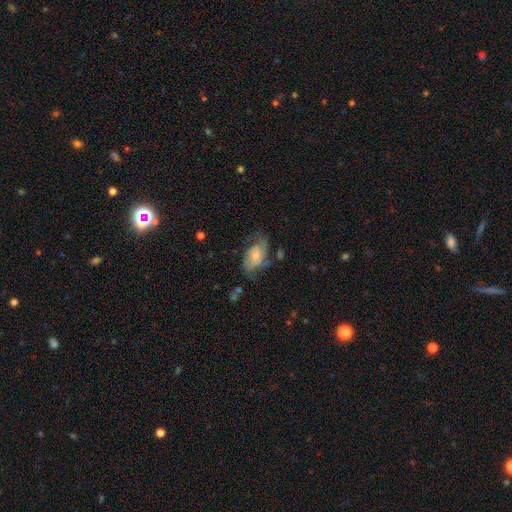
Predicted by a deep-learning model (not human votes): Morphology: type=featured or disk (56%); edge-on=no (95%); bar=no (69%); spiral arms=yes (80%); bulge=small (52%); merging=none (45%).